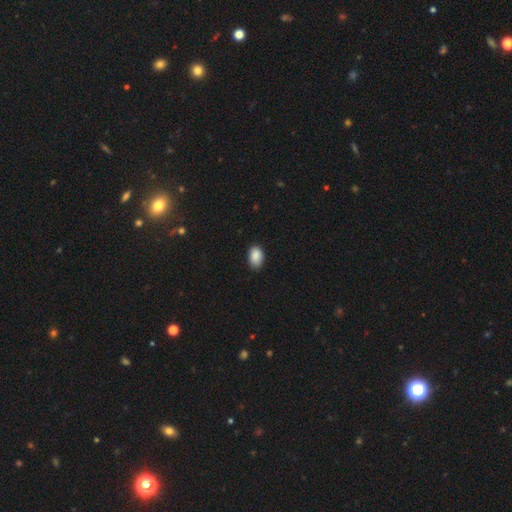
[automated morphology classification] smooth 89%, star or artifact 7%, featured or disk 4%. Down the decision tree: how rounded — in between (90%); merging — none (82%).